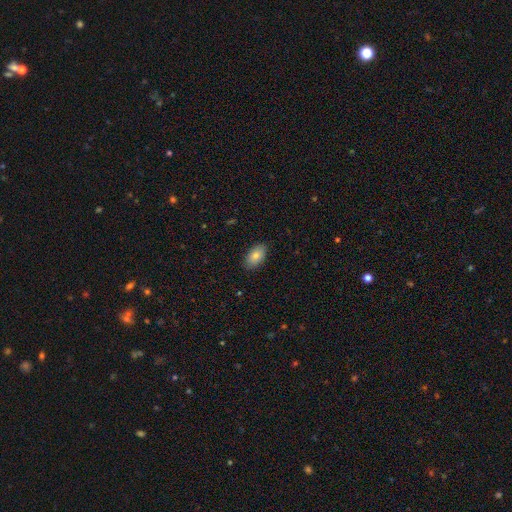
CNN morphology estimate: Smooth or featured? smooth (81%)
How rounded? in between (92%)
Merging? none (88%)